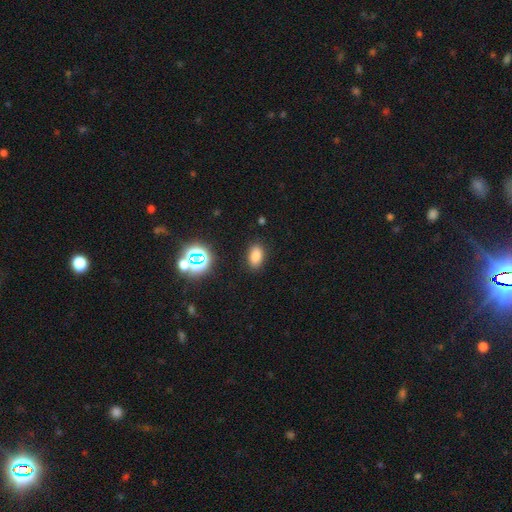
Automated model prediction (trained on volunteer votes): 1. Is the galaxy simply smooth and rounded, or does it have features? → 78% smooth, 16% star or artifact, 6% featured or disk.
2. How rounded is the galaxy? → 89% in between, 9% round, 2% cigar-shaped.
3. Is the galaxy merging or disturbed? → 87% none, 9% minor disturbance, 3% major disturbance, 2% merger.